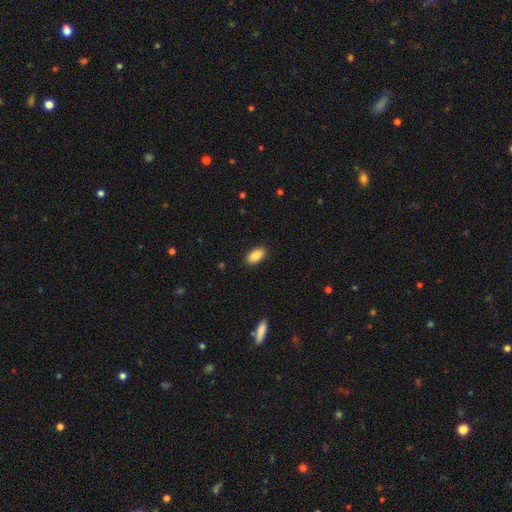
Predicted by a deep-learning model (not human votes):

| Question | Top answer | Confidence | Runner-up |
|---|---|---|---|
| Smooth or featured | smooth | 90% | star or artifact (7%) |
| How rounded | in between | 94% | round (4%) |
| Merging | none | 88% | minor disturbance (9%) |